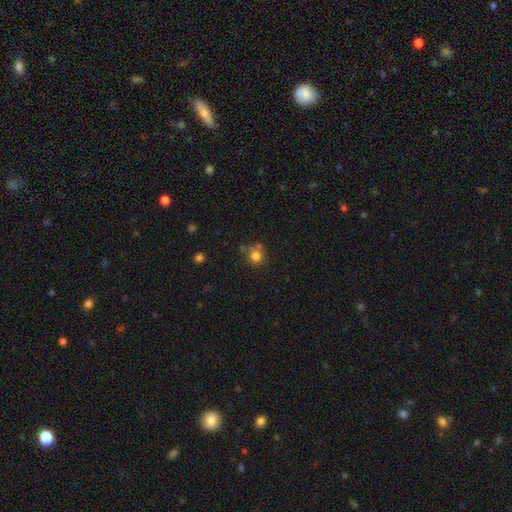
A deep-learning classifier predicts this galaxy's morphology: Overall: smooth (78%). How rounded: round (88%). Merging: none (63%).